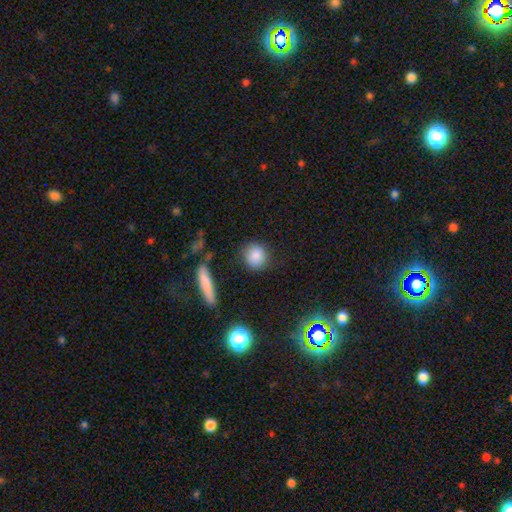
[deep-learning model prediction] Overall: smooth (86%). How rounded: round (82%). Merging: none (82%).